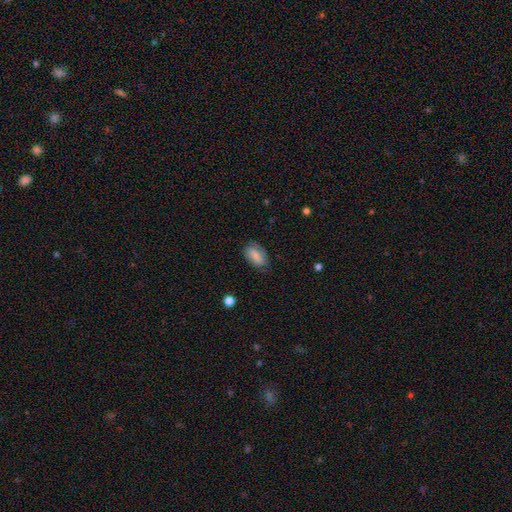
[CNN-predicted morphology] smooth 71%, featured or disk 22%, star or artifact 7%. Down the decision tree: how rounded — in between (90%); merging — none (72%).